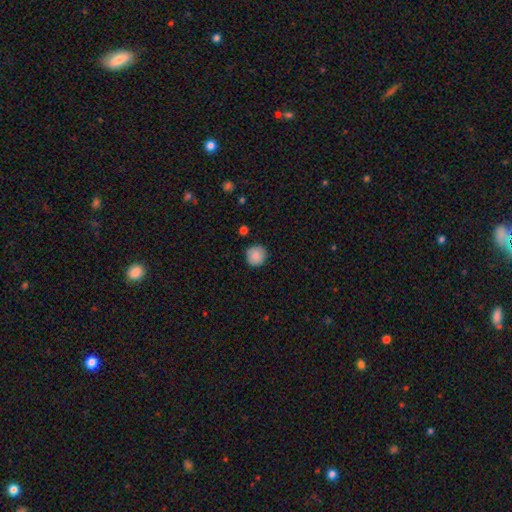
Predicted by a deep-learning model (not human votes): Smooth or featured? Predicted: smooth (p=0.87). How rounded? Predicted: round (p=0.94). Merging? Predicted: none (p=0.89).